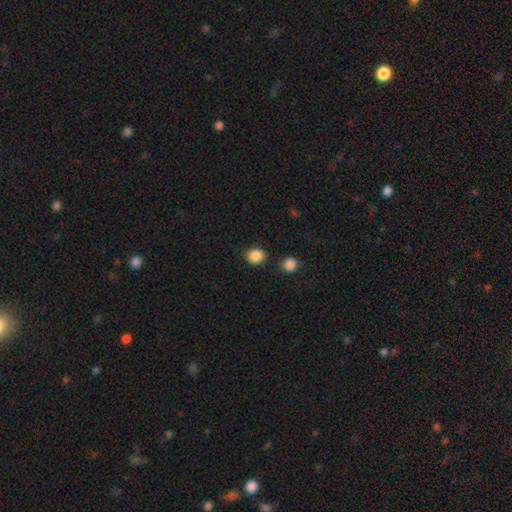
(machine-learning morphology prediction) Smooth or featured?
  - smooth: 87% *
  - star or artifact: 10%
  - featured or disk: 3%
How rounded?
  - round: 77% *
  - in between: 22%
  - cigar-shaped: 1%
Merging?
  - none: 84% *
  - minor disturbance: 9%
  - merger: 4%
  - major disturbance: 3%